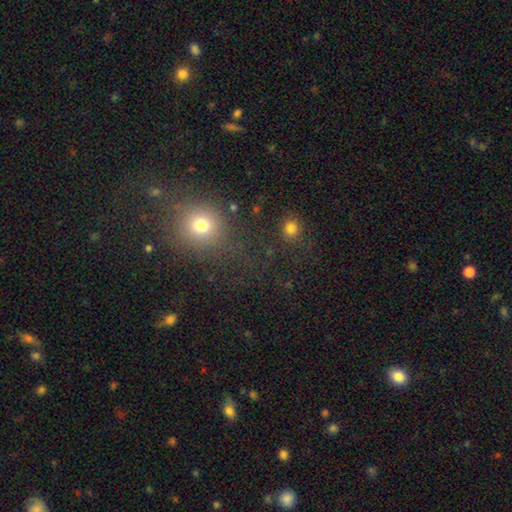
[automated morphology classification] type=smooth (58%); roundness=round (82%); merging=none (80%).